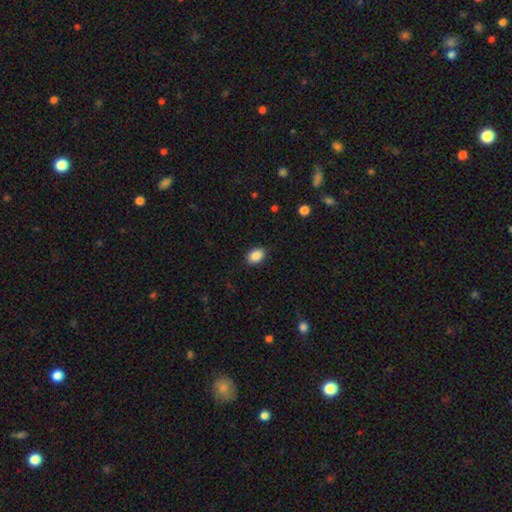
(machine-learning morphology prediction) Smooth or featured?
  - smooth: 89% *
  - star or artifact: 8%
  - featured or disk: 3%
How rounded?
  - in between: 80% *
  - round: 19%
  - cigar-shaped: 1%
Merging?
  - none: 88% *
  - minor disturbance: 9%
  - major disturbance: 2%
  - merger: 1%